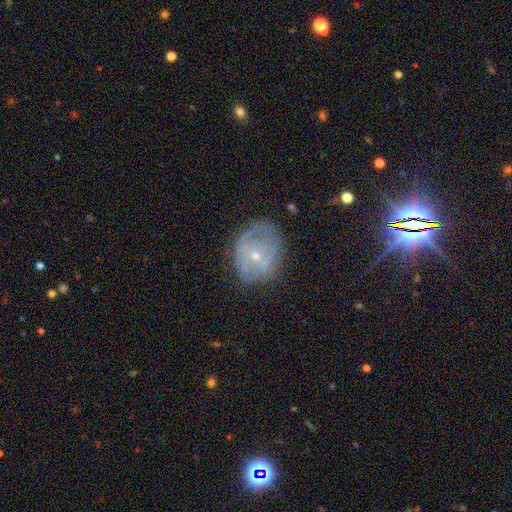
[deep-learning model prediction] Smooth or featured? Predicted: featured or disk (p=0.65). Edge-on disk? Predicted: no (p=0.96). Bar? Predicted: no (p=0.66). Spiral arms? Predicted: yes (p=0.57). Bulge size? Predicted: small (p=0.69). Merging? Predicted: none (p=0.54).